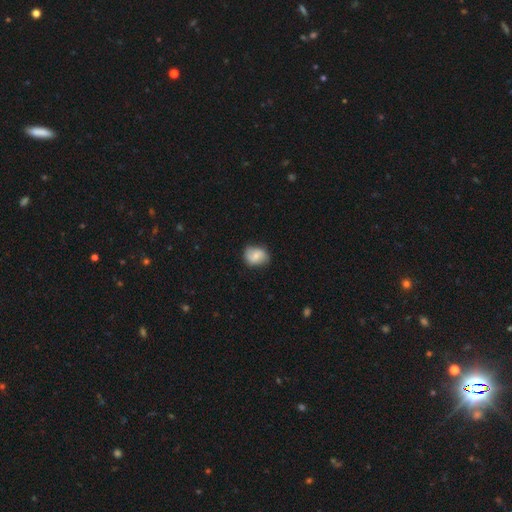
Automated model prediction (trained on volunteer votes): A smooth galaxy with no disk features (64%) that is round (52%).

Vote fractions:
- Smooth or featured? smooth: 64% / featured or disk: 29% / star or artifact: 8%
- How rounded? round: 52% / in between: 47% / cigar-shaped: 1%
- Merging? none: 73% / minor disturbance: 21% / major disturbance: 4% / merger: 1%